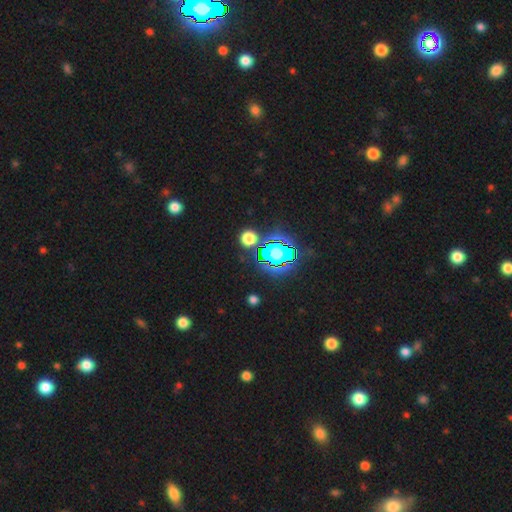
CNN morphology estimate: Smooth or featured? star or artifact (80%)